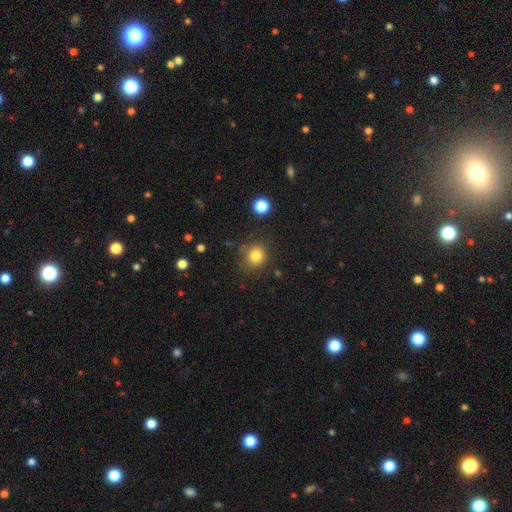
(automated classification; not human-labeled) A smooth galaxy with no disk features (82%) that is round (87%).

Vote fractions:
- Smooth or featured? smooth: 82% / star or artifact: 12% / featured or disk: 6%
- How rounded? round: 87% / in between: 12% / cigar-shaped: 1%
- Merging? none: 80% / minor disturbance: 12% / major disturbance: 4% / merger: 4%